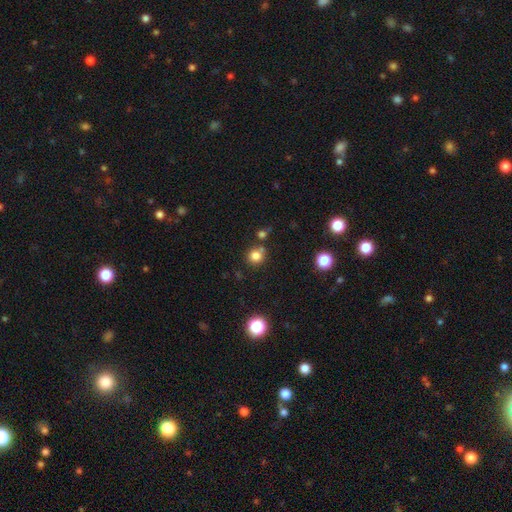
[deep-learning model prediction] Q: Smooth or featured?
A: smooth (79%); runner-up: star or artifact (14%)
Q: How rounded?
A: round (90%); runner-up: in between (9%)
Q: Merging?
A: none (72%); runner-up: merger (16%)